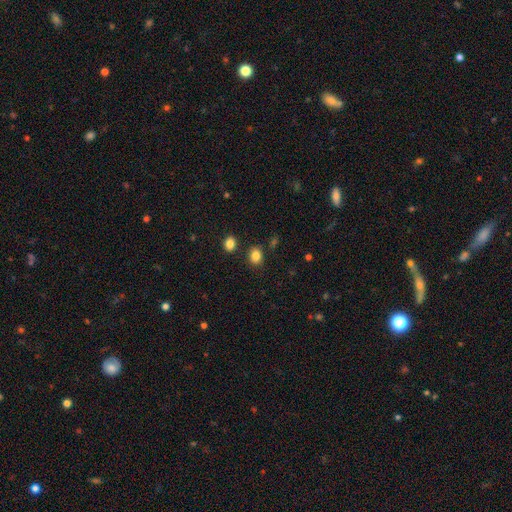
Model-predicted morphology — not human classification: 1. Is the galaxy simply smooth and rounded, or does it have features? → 84% smooth, 11% star or artifact, 5% featured or disk.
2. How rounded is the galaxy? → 57% round, 42% in between, 1% cigar-shaped.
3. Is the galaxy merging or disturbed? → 83% none, 9% minor disturbance, 6% merger, 3% major disturbance.